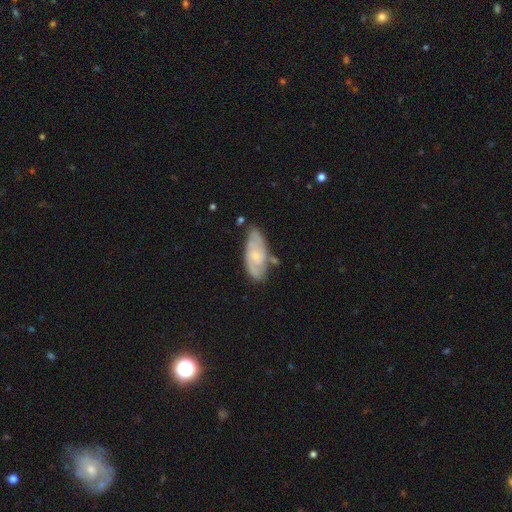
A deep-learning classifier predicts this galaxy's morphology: type=featured or disk (66%); edge-on=no (92%); bar=no (67%); spiral arms=yes (89%); winding=tight (45%); arm count=2 (64%); bulge=small (66%); merging=none (65%).